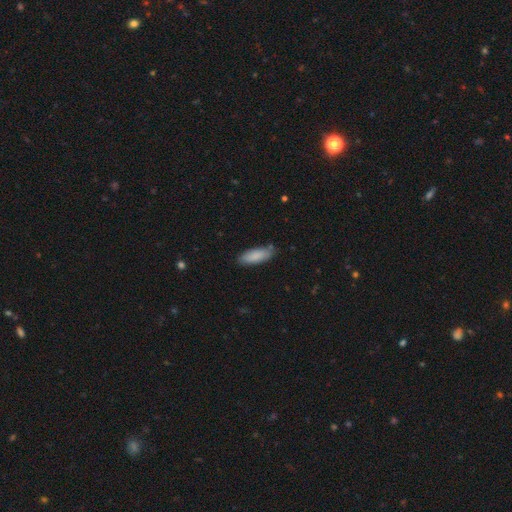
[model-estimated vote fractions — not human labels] This is clearly a smooth galaxy (87%). How rounded: likely in between (68%). Merging: clearly none (81%).